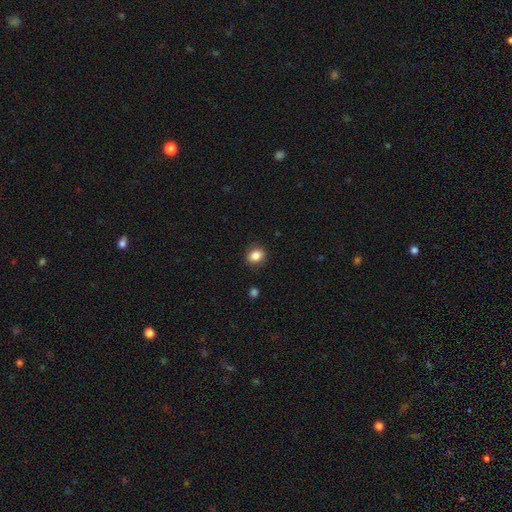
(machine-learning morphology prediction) Smooth or featured?
  - smooth: 85% *
  - star or artifact: 10%
  - featured or disk: 5%
How rounded?
  - round: 62% *
  - in between: 37%
  - cigar-shaped: 1%
Merging?
  - none: 89% *
  - minor disturbance: 8%
  - major disturbance: 2%
  - merger: 1%